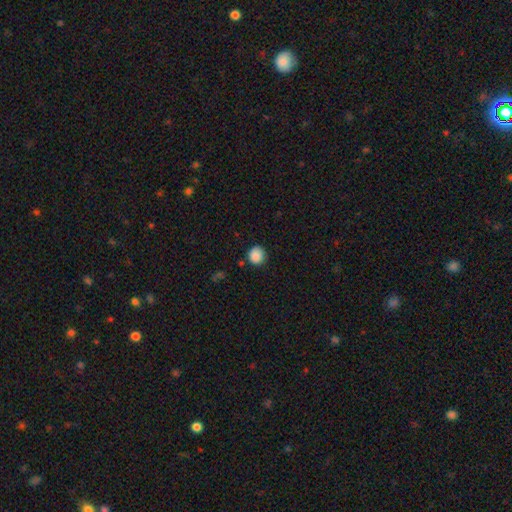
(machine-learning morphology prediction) This appears to be a smooth galaxy with no disk features (88%) that is round (89%). Merging: none (84%).